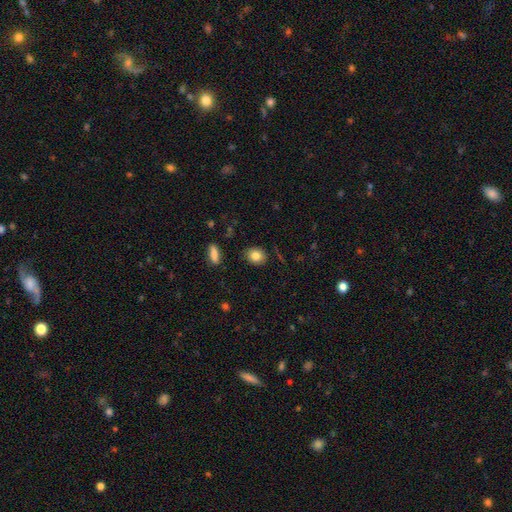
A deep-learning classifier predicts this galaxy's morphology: Smooth or featured? smooth (83%)
How rounded? round (67%)
Merging? none (87%)